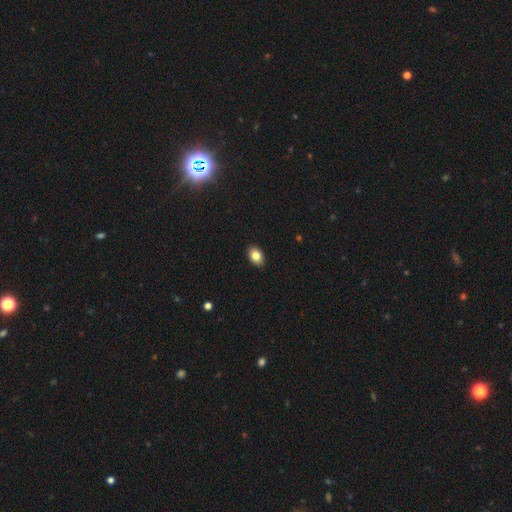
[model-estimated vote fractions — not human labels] Smooth or featured: smooth — 83% (star or artifact — 8%)
How rounded: in between — 86% (round — 13%)
Merging: none — 91% (minor disturbance — 7%)